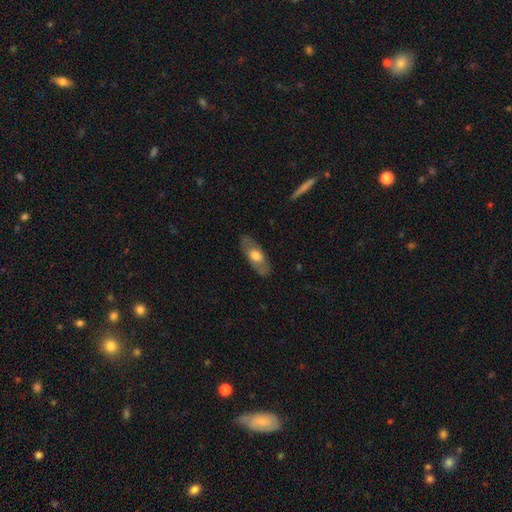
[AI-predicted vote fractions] Smooth or featured: smooth — 49% (featured or disk — 46%)
Merging: none — 83% (minor disturbance — 12%)